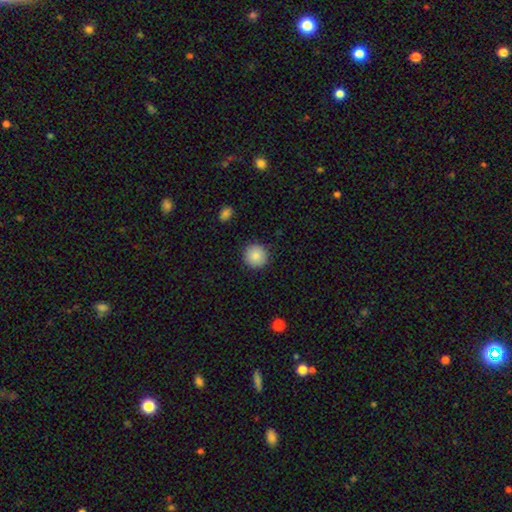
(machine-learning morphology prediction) smooth_or_featured: smooth (p=0.87) [alt: star or artifact p=0.08]
how_rounded: round (p=0.95) [alt: in between p=0.04]
merging: none (p=0.91) [alt: minor disturbance p=0.06]